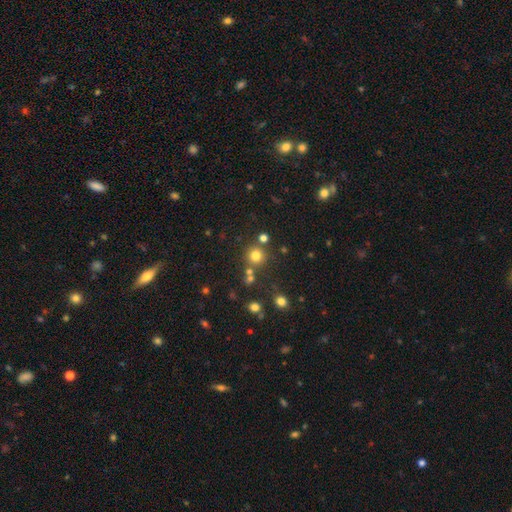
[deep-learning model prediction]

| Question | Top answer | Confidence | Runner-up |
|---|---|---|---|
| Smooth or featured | smooth | 76% | star or artifact (17%) |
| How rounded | round | 93% | in between (6%) |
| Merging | none | 77% | merger (12%) |